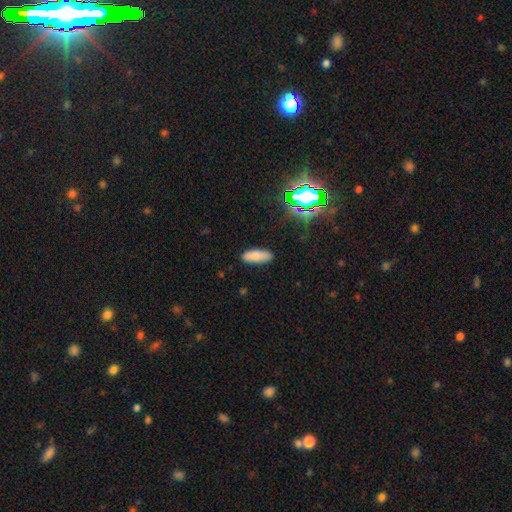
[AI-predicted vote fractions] This is clearly a smooth galaxy (81%). How rounded: likely in between (68%). Merging: clearly none (84%).